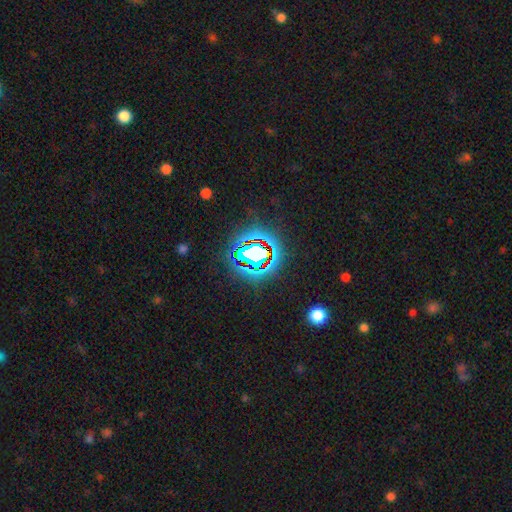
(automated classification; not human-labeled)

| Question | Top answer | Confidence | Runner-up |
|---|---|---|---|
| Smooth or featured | star or artifact | 73% | smooth (16%) |